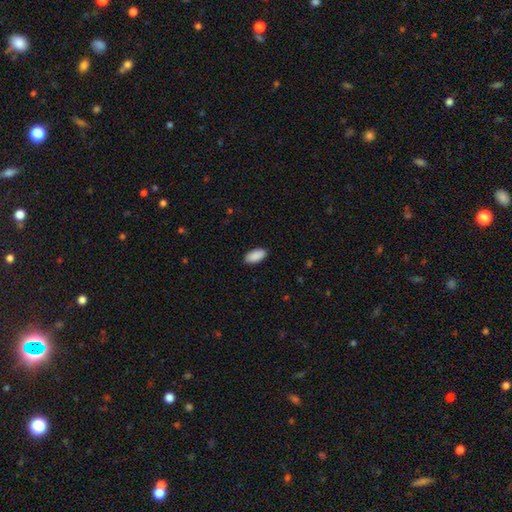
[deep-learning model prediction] Smooth or featured? smooth (91%)
How rounded? in between (92%)
Merging? none (89%)